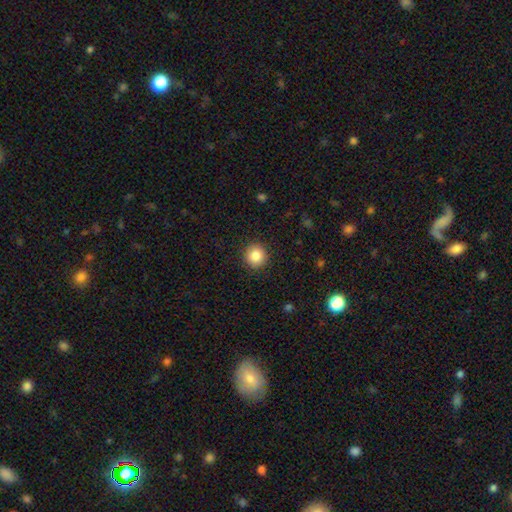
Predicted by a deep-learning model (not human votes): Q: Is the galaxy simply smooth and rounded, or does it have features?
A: smooth — 86%.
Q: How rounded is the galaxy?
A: round — 93%.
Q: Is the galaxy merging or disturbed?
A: none — 92%.